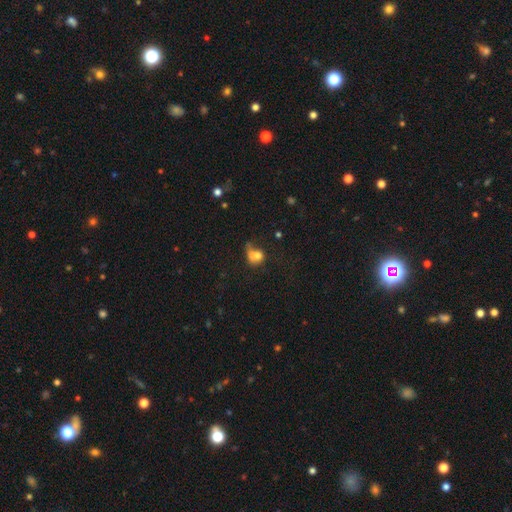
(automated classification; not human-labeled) This appears to be a smooth galaxy with no disk features (69%) that is round (54%). Merging: merger (32%).